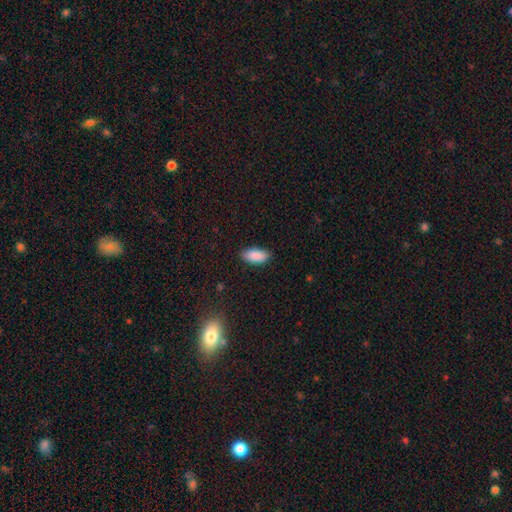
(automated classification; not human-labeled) Overall: smooth (89%). How rounded: in between (89%). Merging: none (86%).